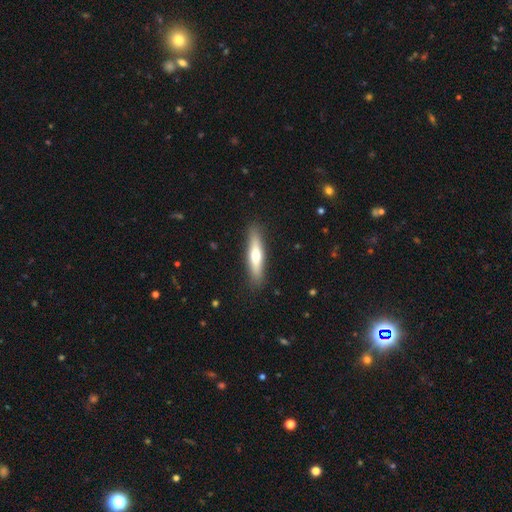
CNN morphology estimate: This is possibly a smooth galaxy (57%). How rounded: likely cigar-shaped (77%). Merging: clearly none (88%).